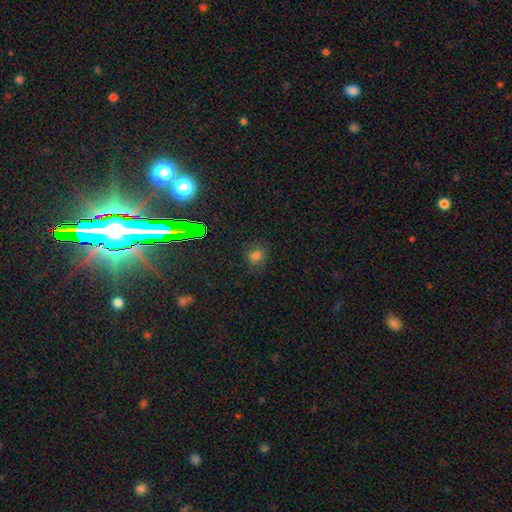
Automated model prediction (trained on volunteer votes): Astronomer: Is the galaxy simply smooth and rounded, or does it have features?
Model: smooth — 71%.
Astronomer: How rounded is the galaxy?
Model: round — 66%.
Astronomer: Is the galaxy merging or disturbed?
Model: none — 79%.